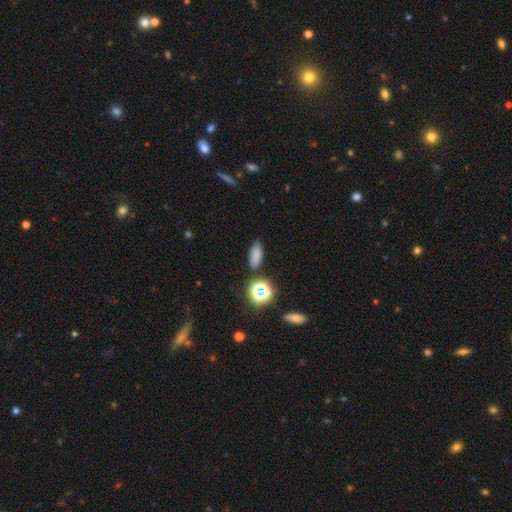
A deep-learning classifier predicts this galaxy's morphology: type=smooth (76%); roundness=in between (83%); merging=none (82%).